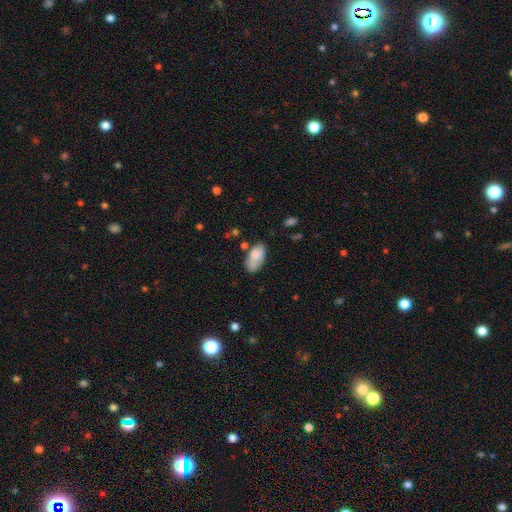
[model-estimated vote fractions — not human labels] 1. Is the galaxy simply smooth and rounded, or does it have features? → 81% smooth, 12% featured or disk, 7% star or artifact.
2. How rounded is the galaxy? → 92% in between, 5% cigar-shaped, 3% round.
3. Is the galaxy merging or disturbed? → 56% none, 26% minor disturbance, 9% merger, 8% major disturbance.